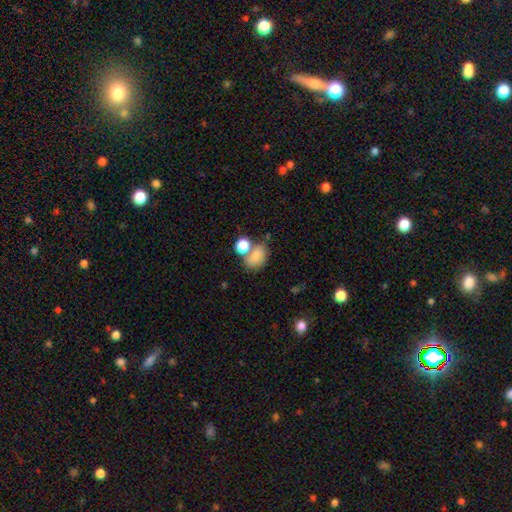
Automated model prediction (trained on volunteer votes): A smooth galaxy with no disk features (77%) that is in between round and cigar-shaped (68%).

Vote fractions:
- Smooth or featured? smooth: 77% / featured or disk: 13% / star or artifact: 11%
- How rounded? in between: 68% / round: 30% / cigar-shaped: 1%
- Merging? none: 42% / merger: 36% / minor disturbance: 15% / major disturbance: 8%